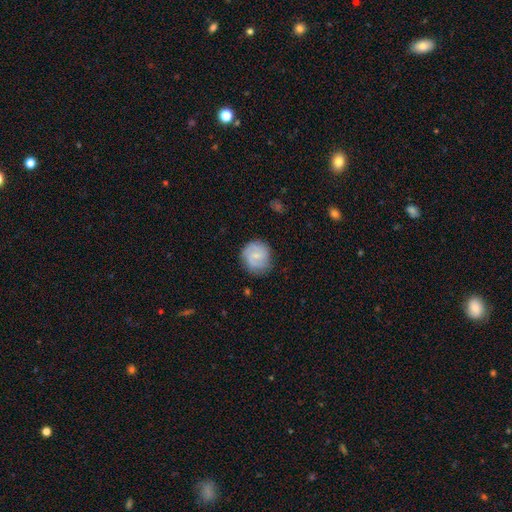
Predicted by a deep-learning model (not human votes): smooth_or_featured: featured or disk (p=0.56) [alt: smooth p=0.38]
disk_edge_on: no (p=0.98) [alt: yes p=0.02]
bar: weak (p=0.49) [alt: no p=0.43]
has_spiral_arms: yes (p=0.89) [alt: no p=0.11]
bulge_size: small (p=0.65) [alt: moderate p=0.22]
merging: none (p=0.79) [alt: minor disturbance p=0.16]